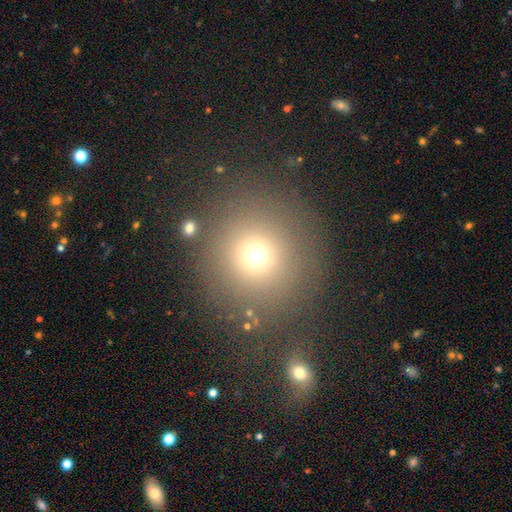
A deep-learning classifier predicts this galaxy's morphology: Smooth or featured: smooth — 68% (star or artifact — 21%)
How rounded: round — 94% (in between — 5%)
Merging: none — 79% (minor disturbance — 9%)